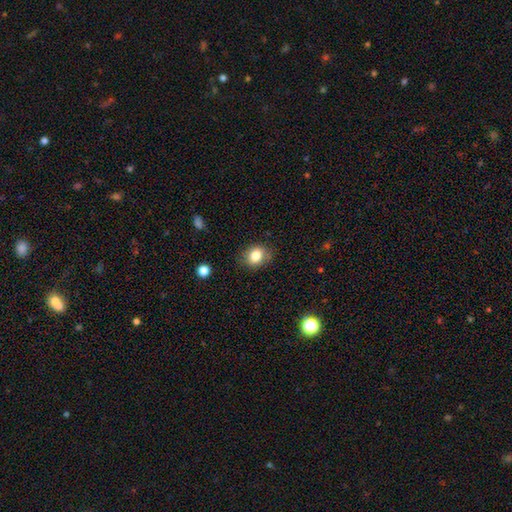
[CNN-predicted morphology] type=smooth (81%); roundness=round (51%); merging=none (79%).